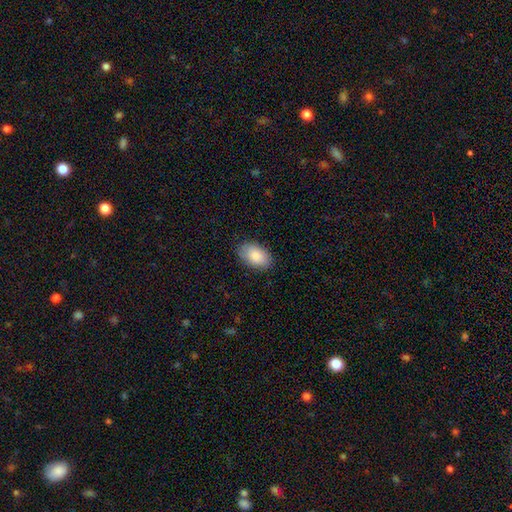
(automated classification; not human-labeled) Q: Smooth or featured?
A: smooth (87%); runner-up: featured or disk (7%)
Q: How rounded?
A: in between (93%); runner-up: round (6%)
Q: Merging?
A: none (86%); runner-up: minor disturbance (11%)